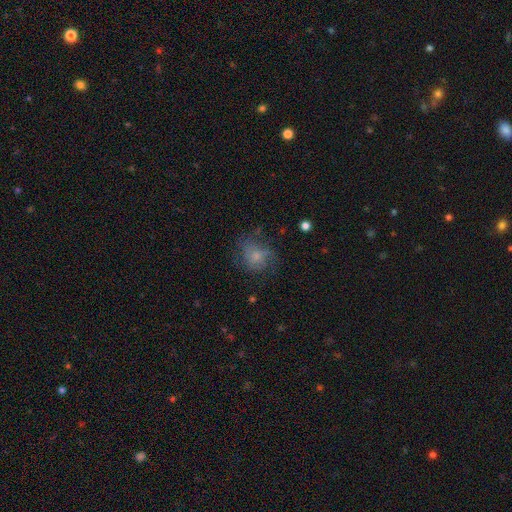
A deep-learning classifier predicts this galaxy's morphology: Overall: smooth (58%; featured or disk 31%). How rounded: round (63%; in between 36%). Merging: none (51%; minor disturbance 25%).